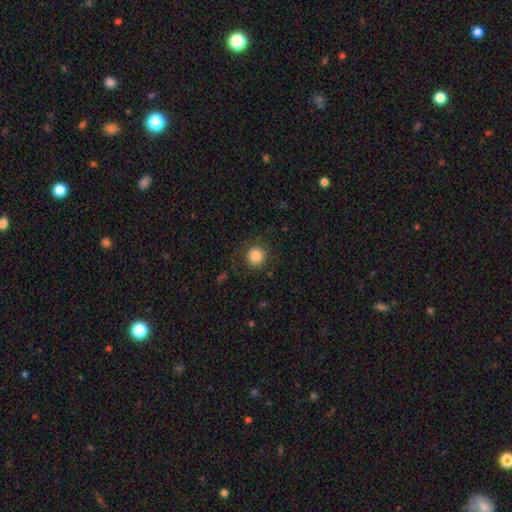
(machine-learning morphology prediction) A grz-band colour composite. It shows a smooth galaxy with no disk features (84%) that is round (94%). Merging: none (84%).